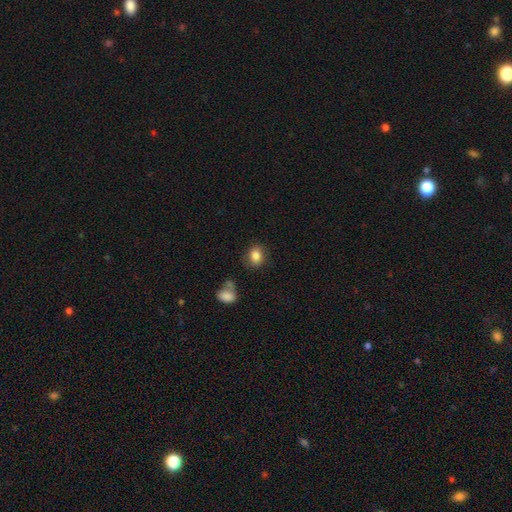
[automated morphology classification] Smooth or featured? Predicted: smooth (p=0.85). How rounded? Predicted: in between (p=0.56). Merging? Predicted: none (p=0.76).